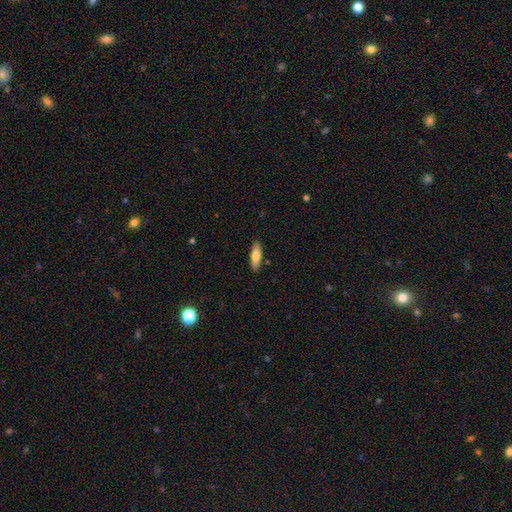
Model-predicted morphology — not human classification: The model was most divided on "how rounded": cigar-shaped: 51%, in between: 47%, round: 2%. More confident: merging — none (88%); smooth or featured — smooth (70%).